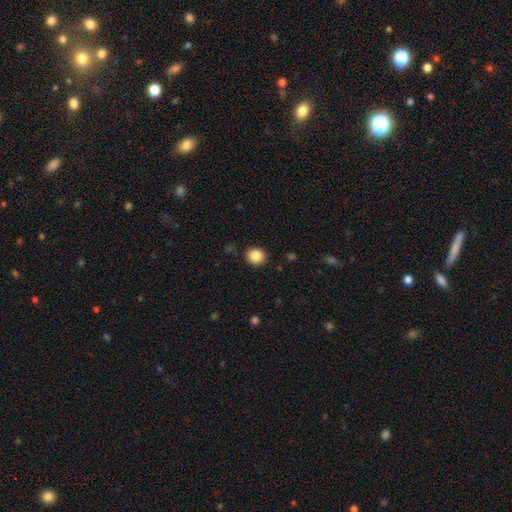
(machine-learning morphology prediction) smooth-or-featured: smooth: 85% | star or artifact: 9% | featured or disk: 5%
  how-rounded: round: 80% | in between: 19% | cigar-shaped: 1%
  merging: none: 90% | minor disturbance: 7% | major disturbance: 2% | merger: 1%